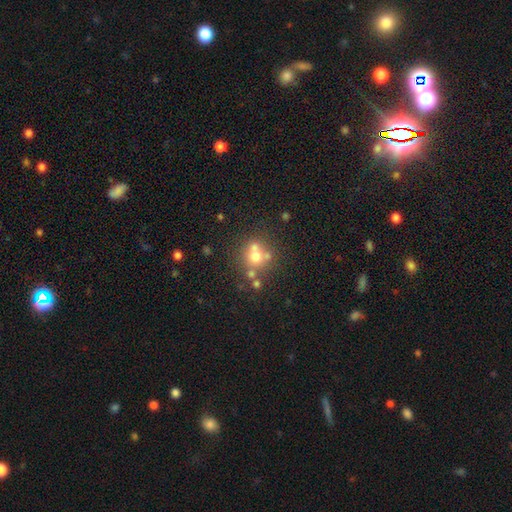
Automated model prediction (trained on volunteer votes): smooth_or_featured: smooth (p=0.57) [alt: featured or disk p=0.24]
how_rounded: round (p=0.85) [alt: in between p=0.14]
merging: none (p=0.52) [alt: merger p=0.33]